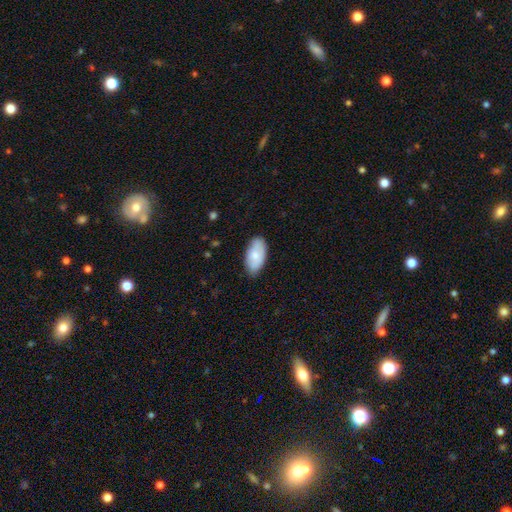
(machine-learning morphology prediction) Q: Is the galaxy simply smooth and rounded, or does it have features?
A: smooth — 76%.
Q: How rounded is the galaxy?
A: in between — 94%.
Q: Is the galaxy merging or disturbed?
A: none — 80%.